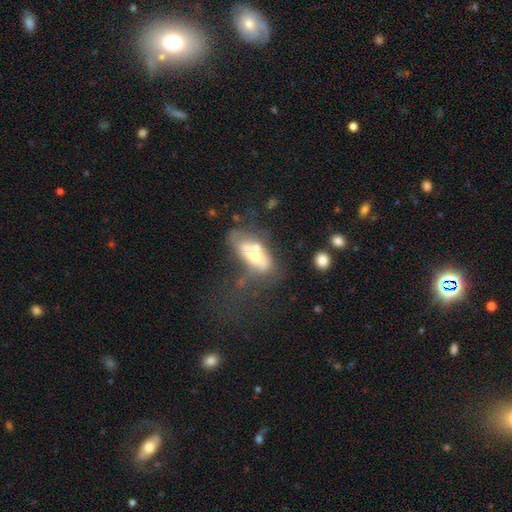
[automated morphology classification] Smooth or featured? smooth (49%)
Merging? merger (30%)